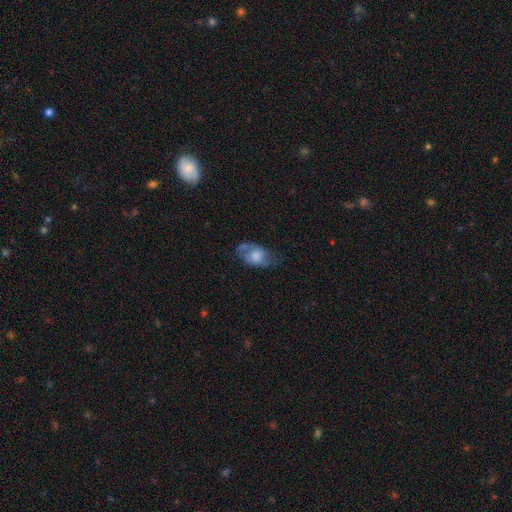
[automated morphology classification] Smooth or featured: smooth — 50% (featured or disk — 43%)
Merging: none — 46% (minor disturbance — 30%)